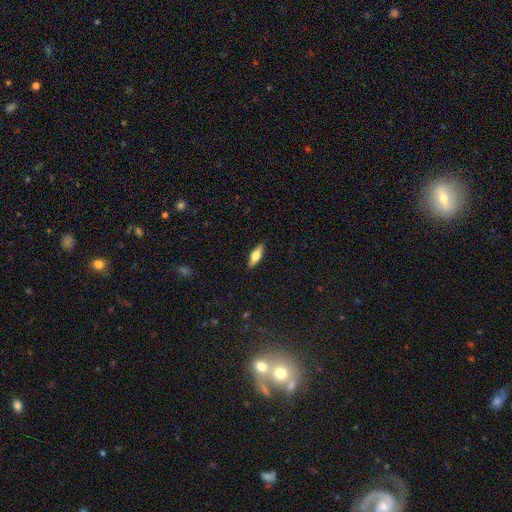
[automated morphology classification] type=smooth (58%); roundness=in between (53%); merging=none (88%).